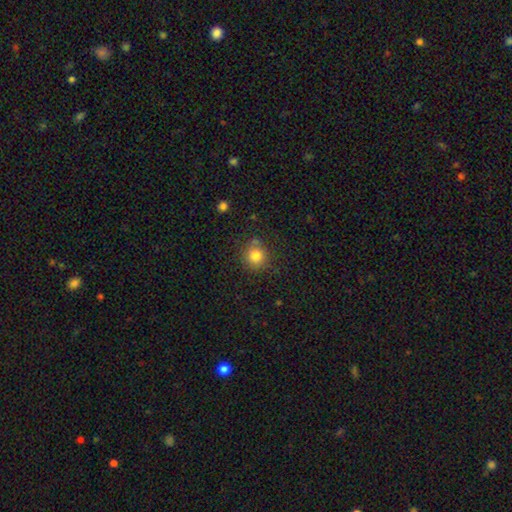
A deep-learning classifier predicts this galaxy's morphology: Smooth or featured? smooth (81%)
How rounded? round (89%)
Merging? none (79%)